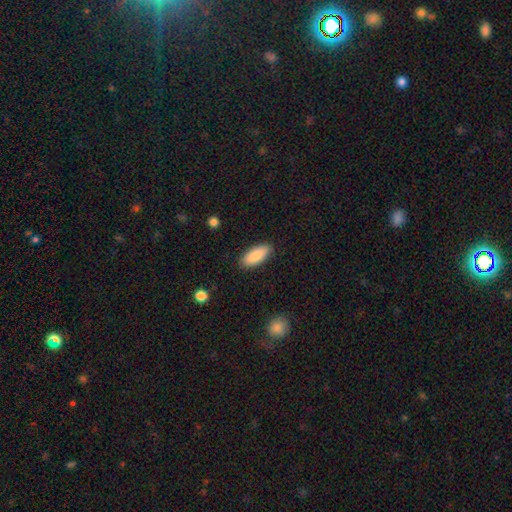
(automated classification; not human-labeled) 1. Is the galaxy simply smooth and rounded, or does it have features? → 88% smooth, 6% featured or disk, 6% star or artifact.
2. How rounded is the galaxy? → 78% in between, 20% cigar-shaped, 2% round.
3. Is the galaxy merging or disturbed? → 87% none, 9% minor disturbance, 2% major disturbance, 1% merger.